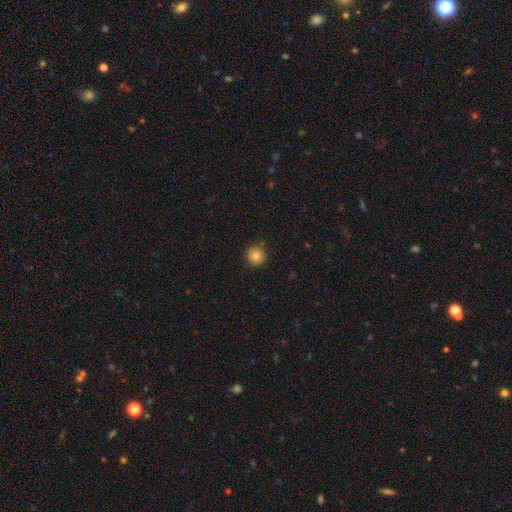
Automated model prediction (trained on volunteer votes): Smooth or featured? Predicted: smooth (p=0.83). How rounded? Predicted: round (p=0.94). Merging? Predicted: none (p=0.90).